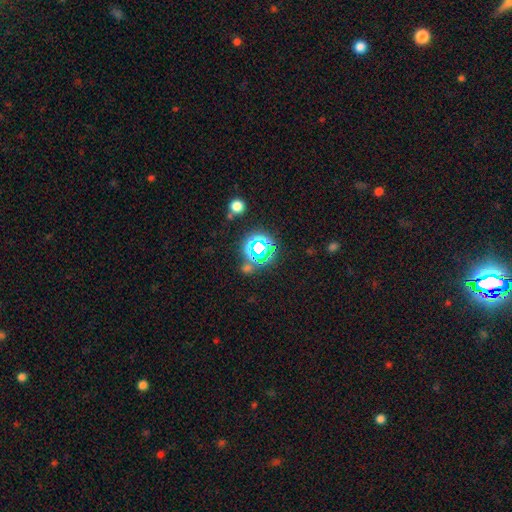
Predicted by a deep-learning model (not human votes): smooth-or-featured: star or artifact: 70% | smooth: 20% | featured or disk: 10%